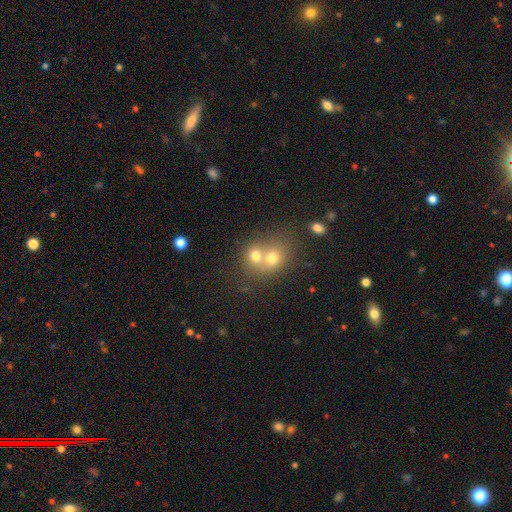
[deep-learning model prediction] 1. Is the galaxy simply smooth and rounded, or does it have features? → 70% smooth, 17% featured or disk, 13% star or artifact.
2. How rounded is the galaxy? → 69% round, 30% in between, 1% cigar-shaped.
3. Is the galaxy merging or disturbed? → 65% merger, 27% none, 6% minor disturbance, 3% major disturbance.